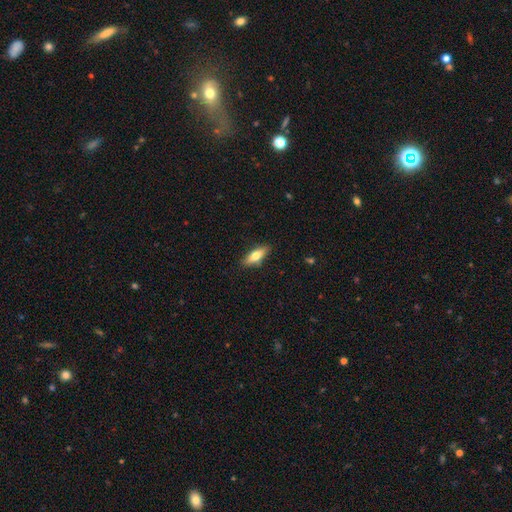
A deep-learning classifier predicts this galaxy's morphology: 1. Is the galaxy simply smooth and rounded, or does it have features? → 66% smooth, 28% featured or disk, 6% star or artifact.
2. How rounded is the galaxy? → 59% in between, 38% cigar-shaped, 3% round.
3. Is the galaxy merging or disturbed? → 86% none, 11% minor disturbance, 2% major disturbance, 1% merger.